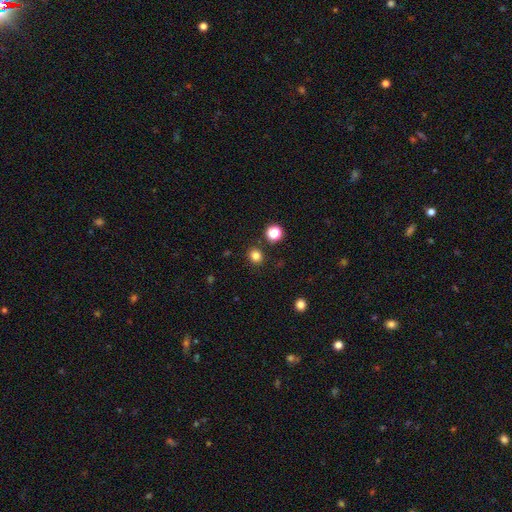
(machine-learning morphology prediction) smooth_or_featured: smooth (p=0.82) [alt: star or artifact p=0.14]
how_rounded: round (p=0.84) [alt: in between p=0.15]
merging: none (p=0.88) [alt: minor disturbance p=0.07]